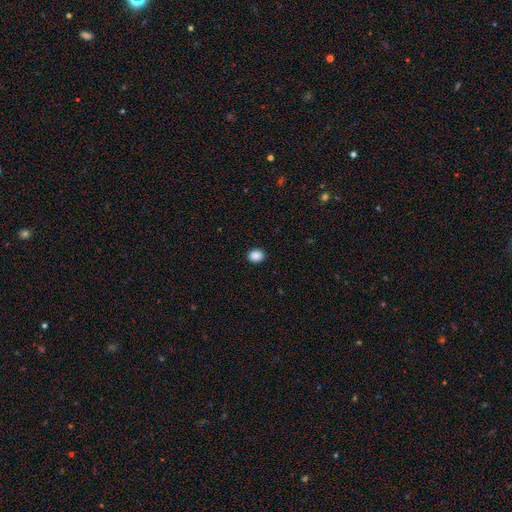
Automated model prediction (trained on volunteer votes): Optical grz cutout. It shows a smooth galaxy with no disk features (89%) that is round (64%). Merging: none (91%).